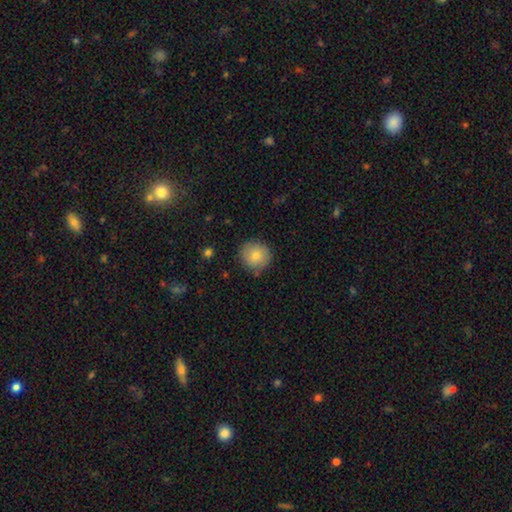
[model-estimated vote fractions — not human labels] smooth-or-featured: smooth: 81% | featured or disk: 11% | star or artifact: 8%
  how-rounded: round: 89% | in between: 10% | cigar-shaped: 1%
  merging: none: 81% | minor disturbance: 14% | major disturbance: 3% | merger: 2%